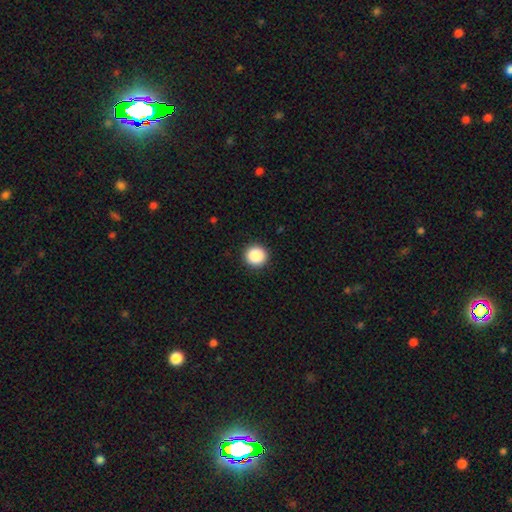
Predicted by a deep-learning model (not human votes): Smooth or featured? smooth (88%)
How rounded? round (95%)
Merging? none (93%)